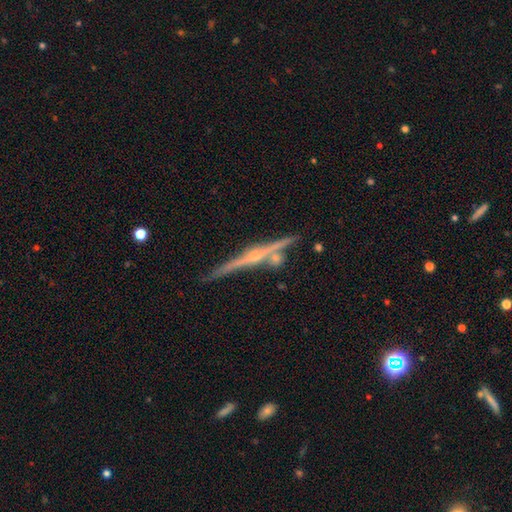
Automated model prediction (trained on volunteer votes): This appears to be a featured or disk galaxy (81%) viewed edge-on (97%) with a rounded central bulge (77%). Merging: none (75%).